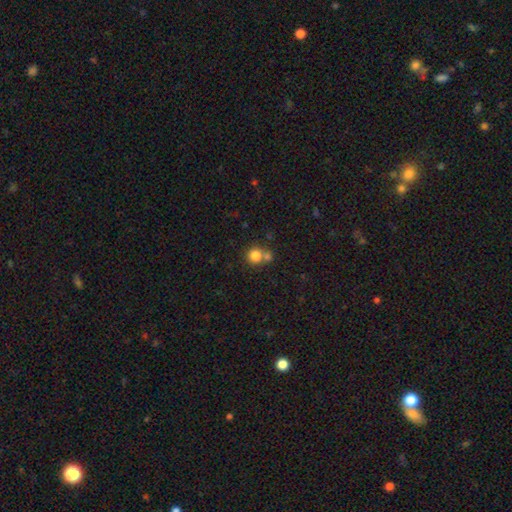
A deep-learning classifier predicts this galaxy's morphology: The model was most divided on "merging": none: 50%, merger: 40%, minor disturbance: 7%, major disturbance: 3%. More confident: how rounded — round (88%); smooth or featured — smooth (80%).